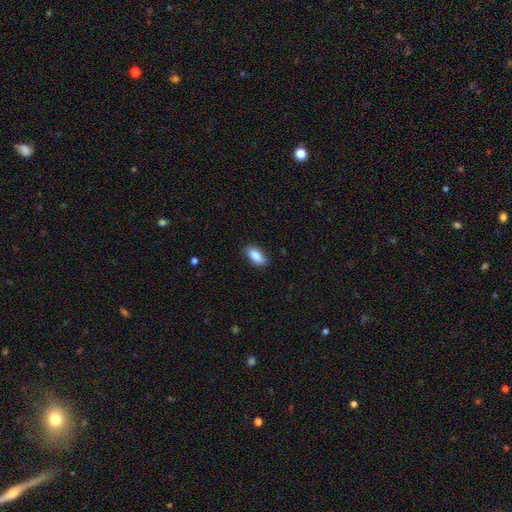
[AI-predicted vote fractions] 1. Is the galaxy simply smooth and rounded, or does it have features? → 88% smooth, 7% star or artifact, 5% featured or disk.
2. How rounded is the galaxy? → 89% in between, 8% cigar-shaped, 3% round.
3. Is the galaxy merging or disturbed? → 83% none, 13% minor disturbance, 3% major disturbance, 1% merger.